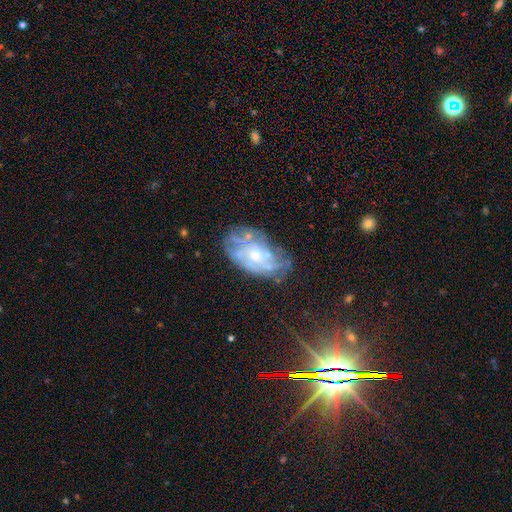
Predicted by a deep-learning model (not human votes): The model was most divided on "bulge size": small: 50%, moderate: 40%, none: 5%, large: 3%, dominant: 1%. More confident: edge-on disk — no (95%); bar — no (81%); smooth or featured — featured or disk (71%); spiral arms — yes (60%); merging — none (59%).